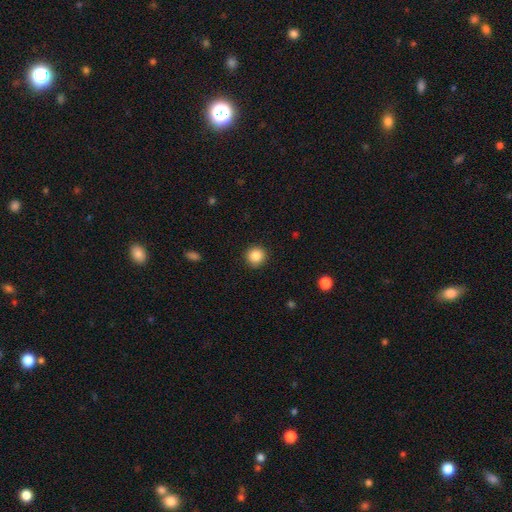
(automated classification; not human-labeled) This appears to be a smooth galaxy with no disk features (87%) that is round (93%). Merging: none (90%).